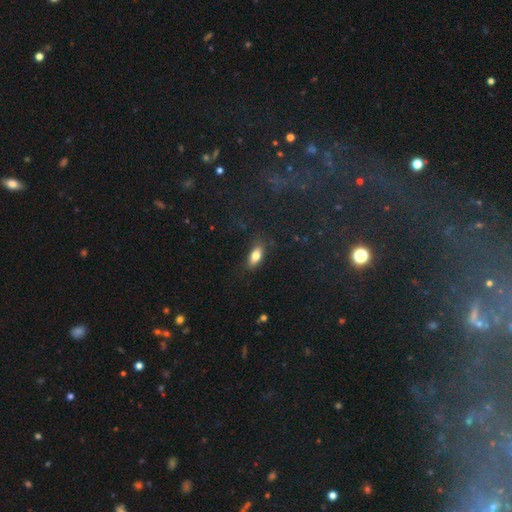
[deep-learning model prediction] A smooth galaxy with no disk features (78%) that is in between round and cigar-shaped (82%). Merging: none (82%).